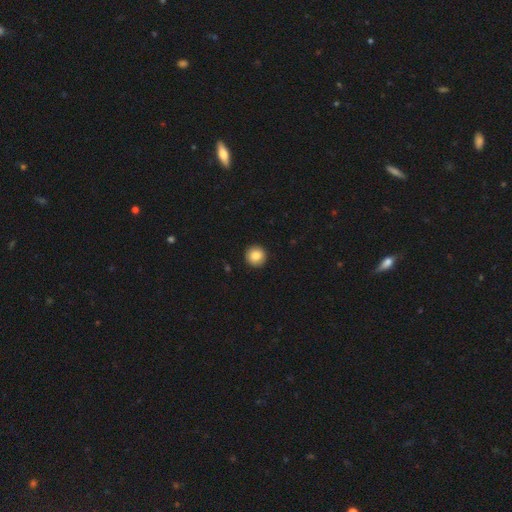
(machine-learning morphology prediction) The model was most divided on "smooth or featured": smooth: 86%, star or artifact: 9%, featured or disk: 5%. More confident: how rounded — round (96%); merging — none (93%).